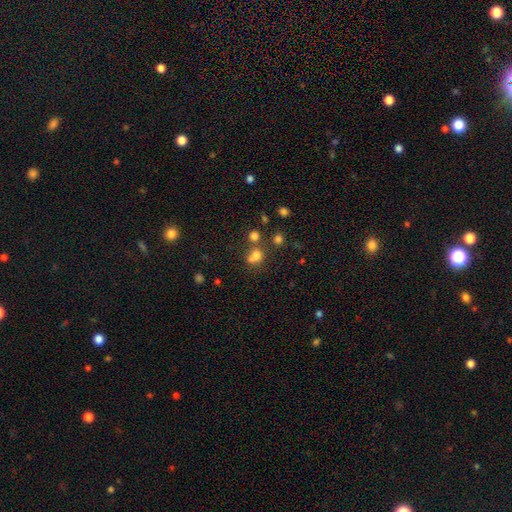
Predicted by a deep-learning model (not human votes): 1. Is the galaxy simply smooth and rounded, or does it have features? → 72% smooth, 18% star or artifact, 10% featured or disk.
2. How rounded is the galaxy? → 71% round, 28% in between, 1% cigar-shaped.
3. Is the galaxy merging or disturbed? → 44% none, 39% merger, 11% minor disturbance, 6% major disturbance.